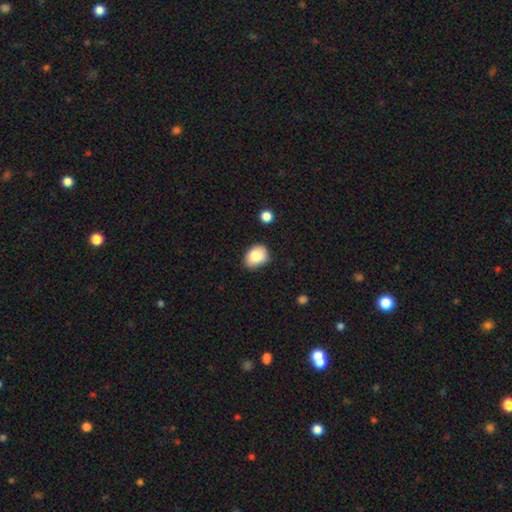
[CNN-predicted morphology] A smooth galaxy with no disk features (84%) that is in between round and cigar-shaped (64%). Merging: none (75%).